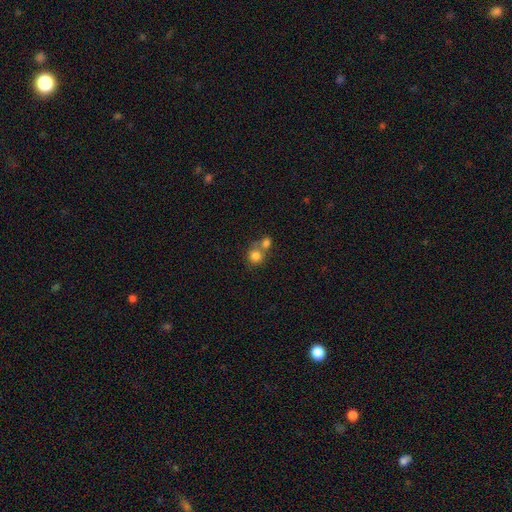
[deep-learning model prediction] Overall: smooth (79%). How rounded: round (86%). Merging: merger (49%; none 42%).